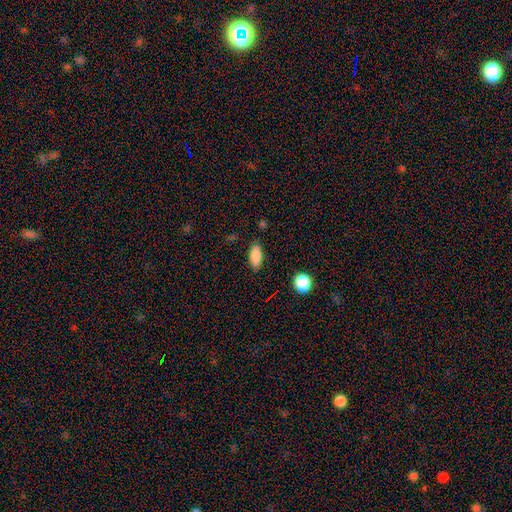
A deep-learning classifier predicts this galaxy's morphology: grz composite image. It shows a smooth galaxy with no disk features (86%) that is in between round and cigar-shaped (85%). Merging: none (84%).